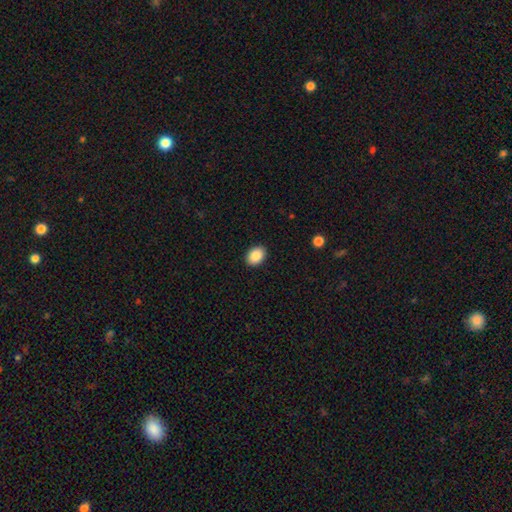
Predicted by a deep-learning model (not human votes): smooth-or-featured: smooth: 87% | star or artifact: 8% | featured or disk: 5%
  how-rounded: in between: 70% | round: 30% | cigar-shaped: 1%
  merging: none: 91% | minor disturbance: 7% | major disturbance: 2% | merger: 1%